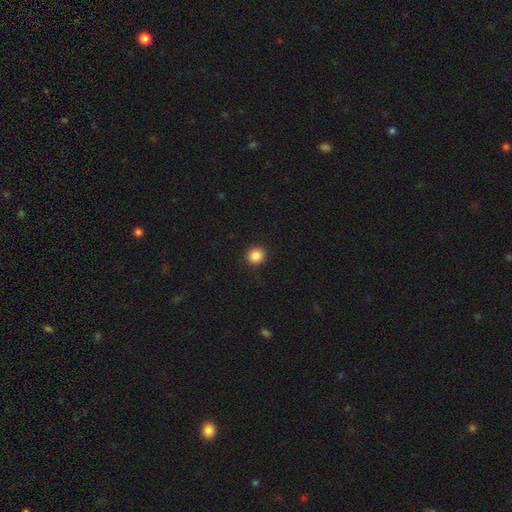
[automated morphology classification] smooth_or_featured: smooth (p=0.87) [alt: star or artifact p=0.10]
how_rounded: round (p=0.90) [alt: in between p=0.09]
merging: none (p=0.92) [alt: minor disturbance p=0.05]